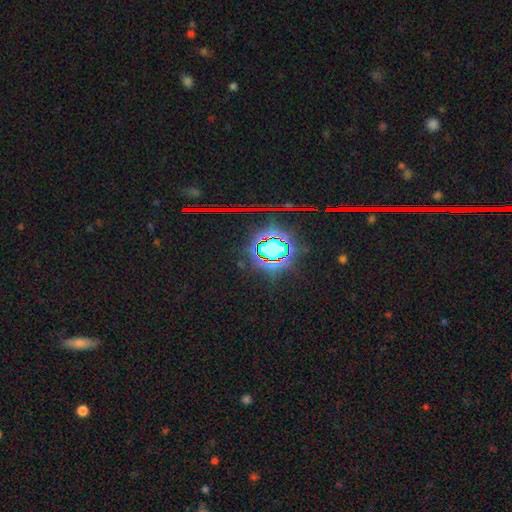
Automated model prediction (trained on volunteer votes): Smooth or featured? Predicted: star or artifact (p=0.84).